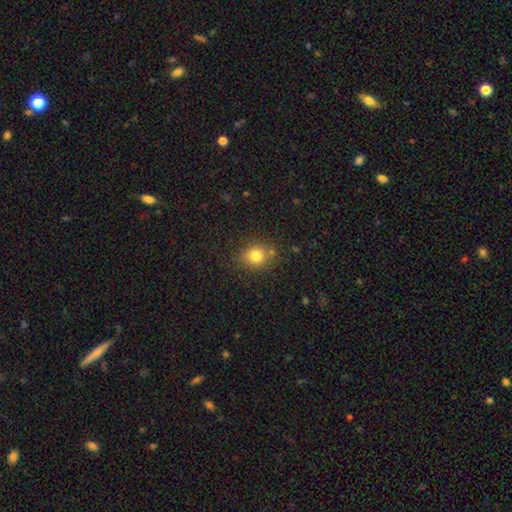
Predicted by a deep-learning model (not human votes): A smooth galaxy with no disk features (80%) that is round (68%).

Vote fractions:
- Smooth or featured? smooth: 80% / star or artifact: 12% / featured or disk: 8%
- How rounded? round: 68% / in between: 31% / cigar-shaped: 1%
- Merging? none: 80% / minor disturbance: 13% / major disturbance: 4% / merger: 4%